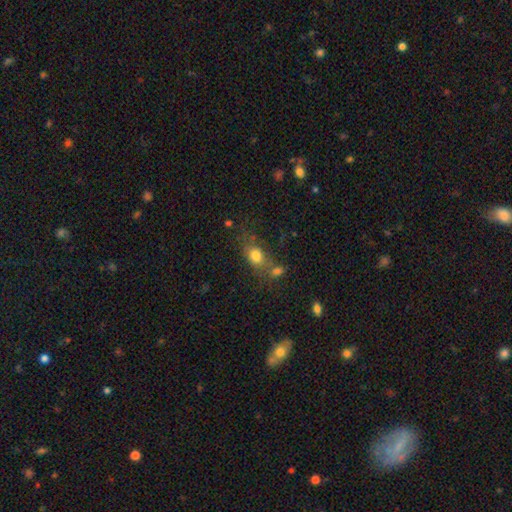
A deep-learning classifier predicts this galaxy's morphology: smooth 76%, featured or disk 13%, star or artifact 11%. Down the decision tree: how rounded — in between (65%); merging — none (51%).